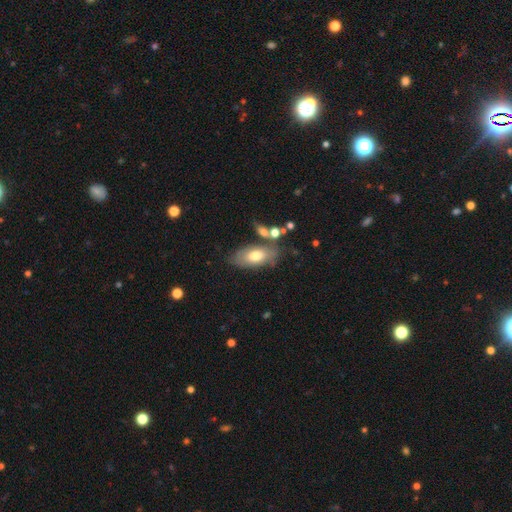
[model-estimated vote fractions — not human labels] Smooth or featured? Predicted: smooth (p=0.68). How rounded? Predicted: in between (p=0.89). Merging? Predicted: none (p=0.62).